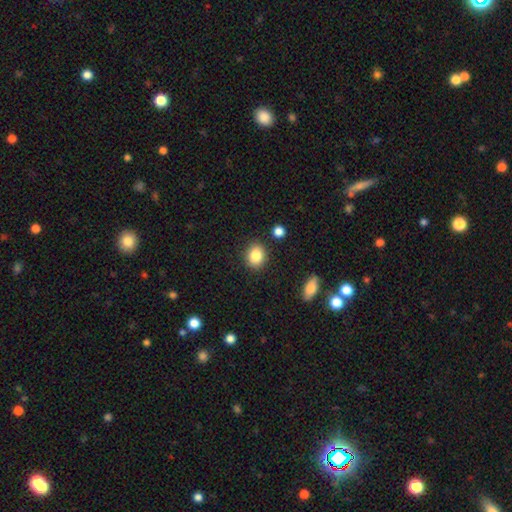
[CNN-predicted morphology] Q: Smooth or featured?
A: smooth (85%); runner-up: star or artifact (9%)
Q: How rounded?
A: round (60%); runner-up: in between (39%)
Q: Merging?
A: none (87%); runner-up: minor disturbance (8%)